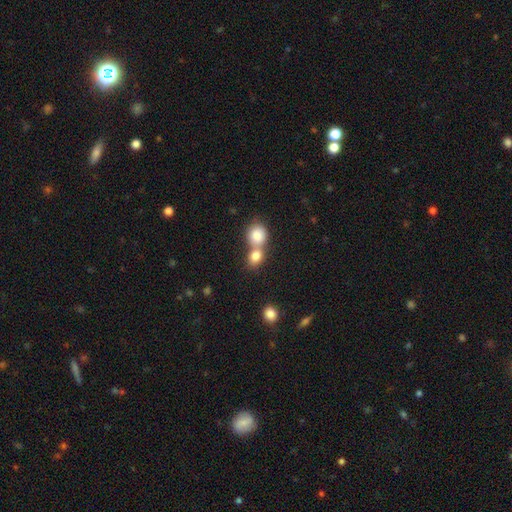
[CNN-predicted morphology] The model was most divided on "how rounded": round: 58%, in between: 41%, cigar-shaped: 1%. More confident: smooth or featured — smooth (82%); merging — merger (61%).